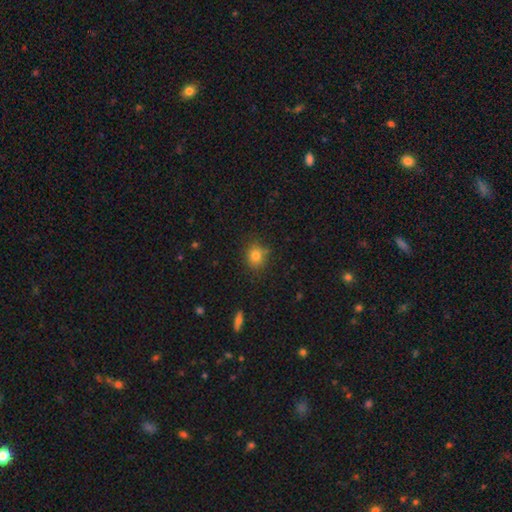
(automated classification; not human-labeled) Q: Smooth or featured?
A: smooth (79%); runner-up: star or artifact (13%)
Q: How rounded?
A: round (76%); runner-up: in between (22%)
Q: Merging?
A: none (80%); runner-up: minor disturbance (14%)